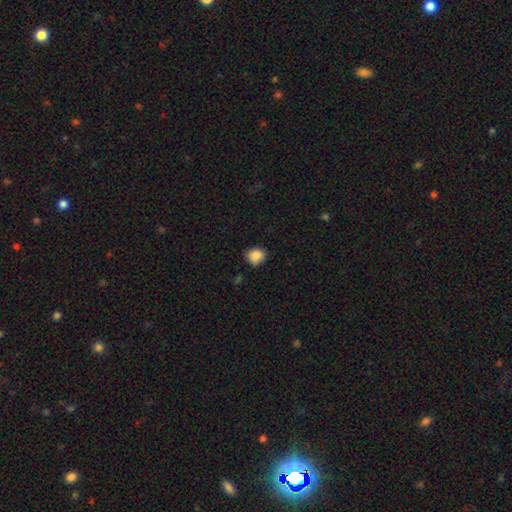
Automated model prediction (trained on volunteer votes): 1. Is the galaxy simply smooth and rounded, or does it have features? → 86% smooth, 9% star or artifact, 4% featured or disk.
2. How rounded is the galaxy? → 70% round, 29% in between, 1% cigar-shaped.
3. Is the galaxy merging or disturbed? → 80% none, 16% minor disturbance, 3% major disturbance, 1% merger.